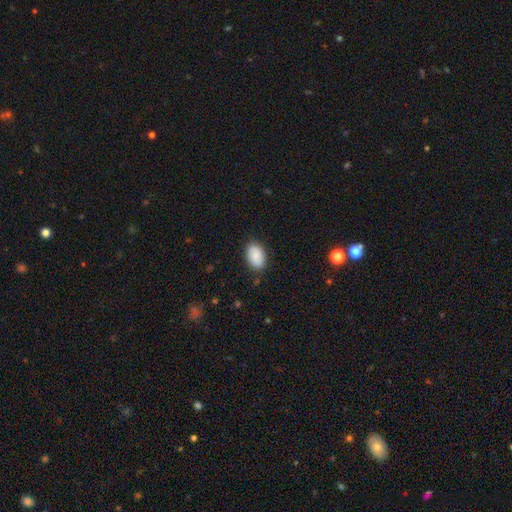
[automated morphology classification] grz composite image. It shows a smooth galaxy with no disk features (82%) that is in between round and cigar-shaped (87%). Merging: none (83%).